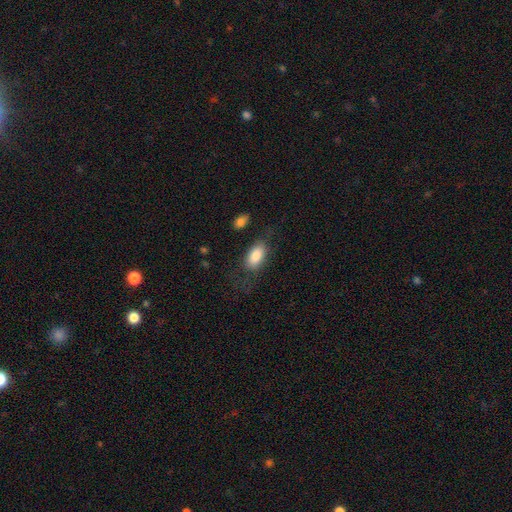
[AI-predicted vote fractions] A smooth galaxy with no disk features (82%) that is in between round and cigar-shaped (92%). Merging: none (64%).